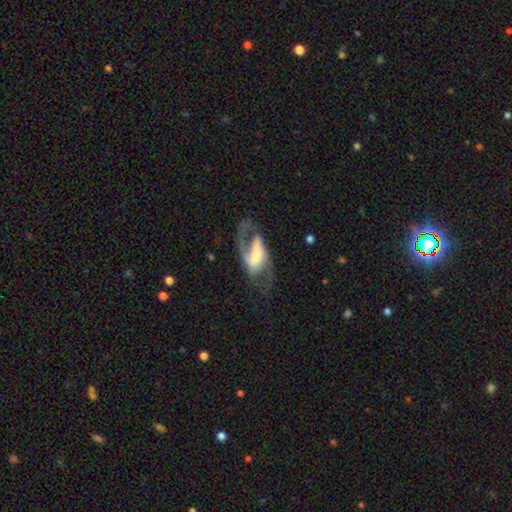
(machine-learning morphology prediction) type=featured or disk (79%); edge-on=no (95%); bar=weak (37%); spiral arms=yes (91%); winding=loose (46%); arm count=2 (81%); bulge=small (37%); merging=none (50%).